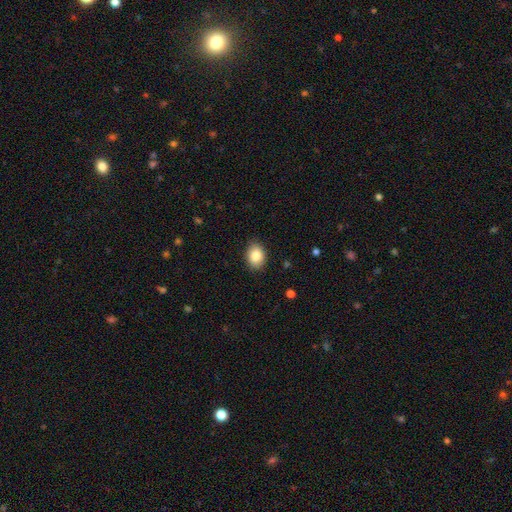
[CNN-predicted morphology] Smooth or featured: smooth — 86% (star or artifact — 8%)
How rounded: in between — 74% (round — 25%)
Merging: none — 87% (minor disturbance — 10%)